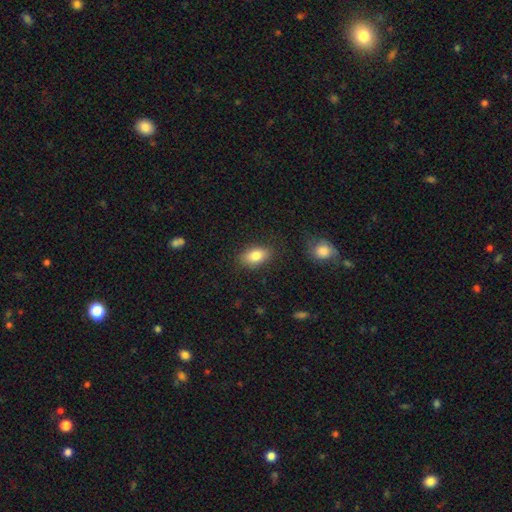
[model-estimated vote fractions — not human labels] Smooth or featured: smooth — 82% (featured or disk — 10%)
How rounded: in between — 89% (round — 8%)
Merging: none — 83% (minor disturbance — 11%)